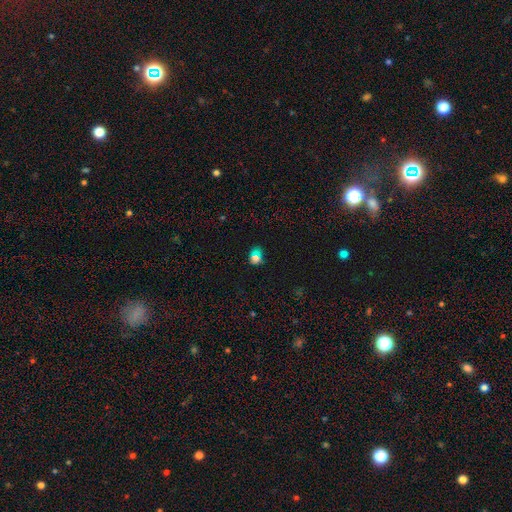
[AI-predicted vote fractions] Smooth or featured? Predicted: smooth (p=0.66). How rounded? Predicted: in between (p=0.51). Merging? Predicted: none (p=0.63).